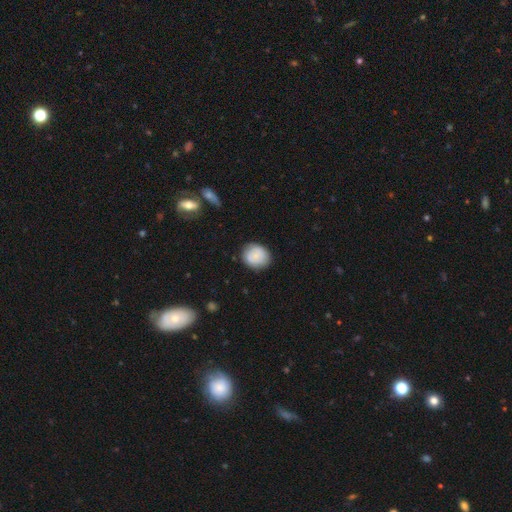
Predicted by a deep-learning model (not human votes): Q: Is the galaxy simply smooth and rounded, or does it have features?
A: smooth — 80%.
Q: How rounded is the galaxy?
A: round — 73%.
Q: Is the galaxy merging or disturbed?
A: none — 82%.